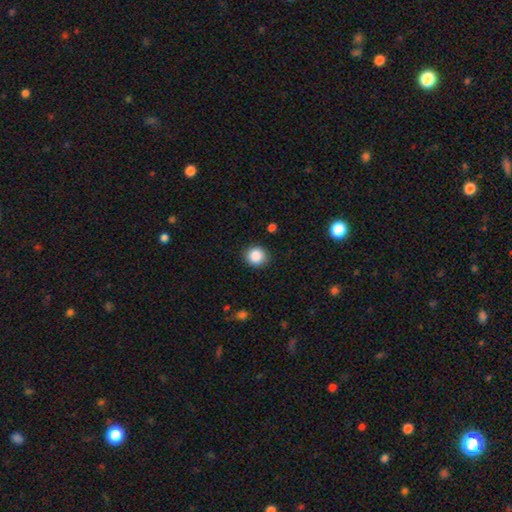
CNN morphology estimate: A smooth galaxy with no disk features (88%) that is round (90%).

Vote fractions:
- Smooth or featured? smooth: 88% / star or artifact: 9% / featured or disk: 3%
- How rounded? round: 90% / in between: 9% / cigar-shaped: 1%
- Merging? none: 89% / minor disturbance: 7% / major disturbance: 2% / merger: 1%